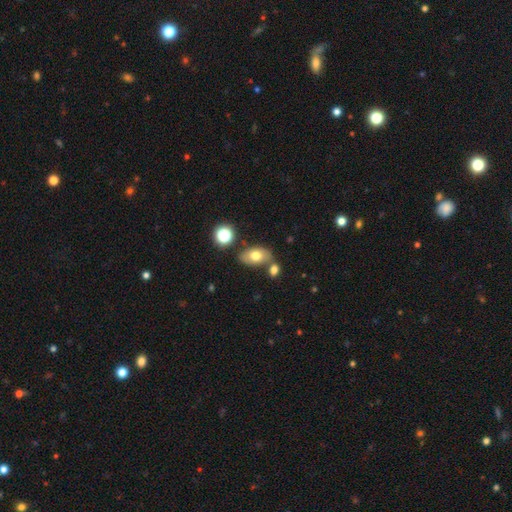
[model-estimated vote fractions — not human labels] smooth_or_featured: smooth (p=0.72) [alt: featured or disk p=0.19]
how_rounded: in between (p=0.88) [alt: round p=0.11]
merging: none (p=0.66) [alt: merger p=0.16]